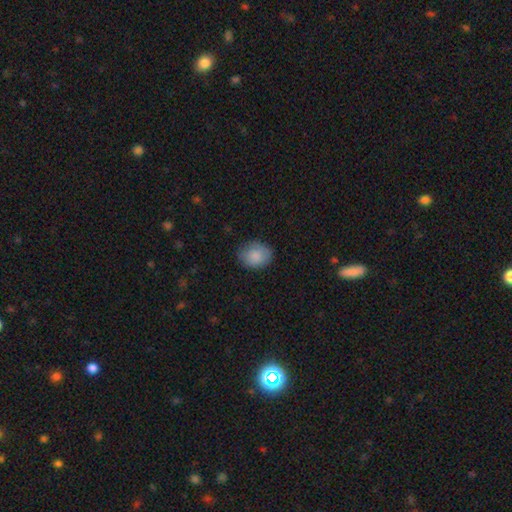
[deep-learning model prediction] smooth-or-featured: smooth: 86% | star or artifact: 7% | featured or disk: 7%
  how-rounded: in between: 51% | round: 48% | cigar-shaped: 1%
  merging: none: 80% | minor disturbance: 16% | major disturbance: 4% | merger: 1%